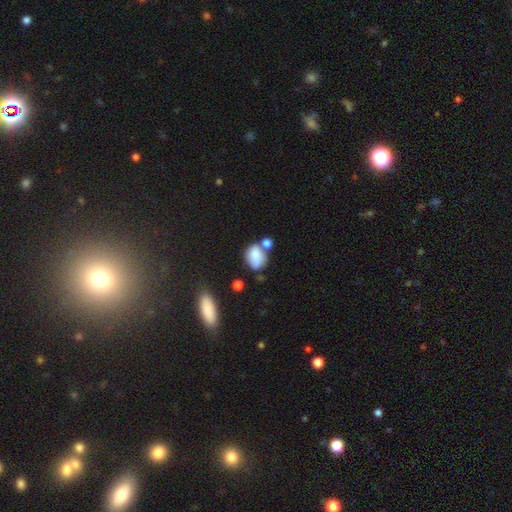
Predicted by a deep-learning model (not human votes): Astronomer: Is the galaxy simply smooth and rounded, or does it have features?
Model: smooth — 76%.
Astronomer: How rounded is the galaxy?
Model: in between — 67%.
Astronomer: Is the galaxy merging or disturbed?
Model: none — 40% (runner-up: merger, 32%).